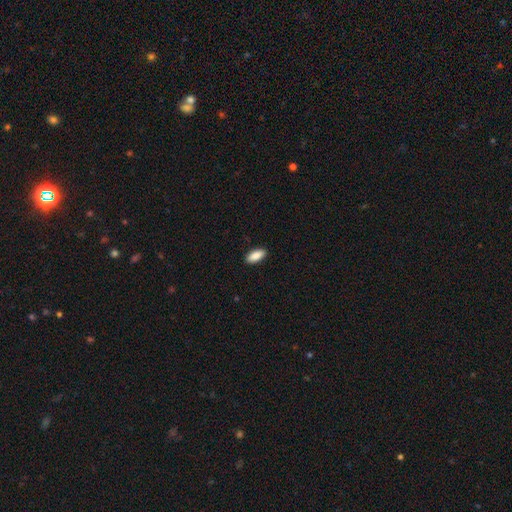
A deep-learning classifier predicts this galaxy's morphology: A smooth galaxy with no disk features (89%) that is in between round and cigar-shaped (84%).

Vote fractions:
- Smooth or featured? smooth: 89% / star or artifact: 6% / featured or disk: 5%
- How rounded? in between: 84% / cigar-shaped: 14% / round: 2%
- Merging? none: 90% / minor disturbance: 7% / major disturbance: 2% / merger: 1%